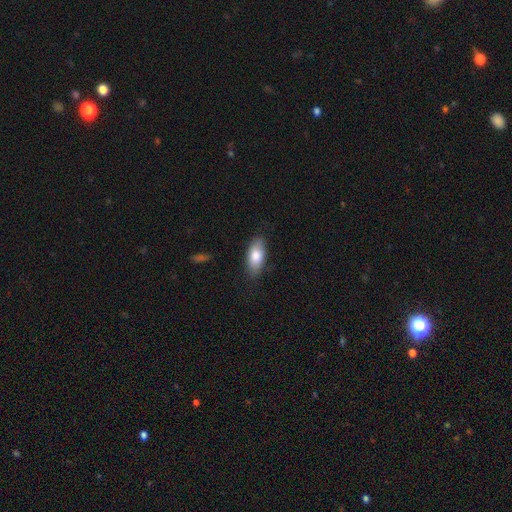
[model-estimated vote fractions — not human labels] A smooth galaxy with no disk features (80%) that is in between round and cigar-shaped (88%).

Vote fractions:
- Smooth or featured? smooth: 80% / featured or disk: 14% / star or artifact: 6%
- How rounded? in between: 88% / cigar-shaped: 9% / round: 3%
- Merging? none: 81% / minor disturbance: 15% / major disturbance: 3% / merger: 1%